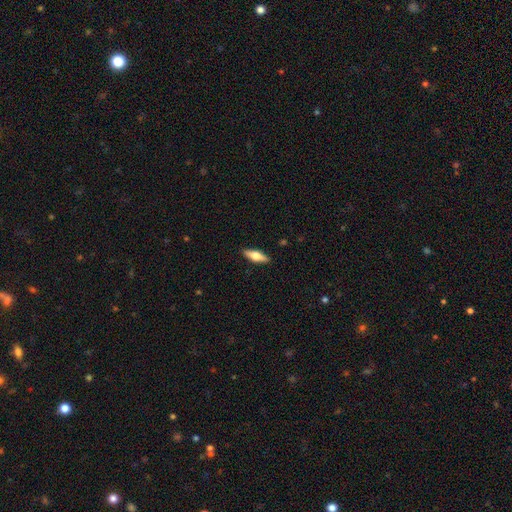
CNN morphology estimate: Smooth or featured?
  - smooth: 50% *
  - featured or disk: 45%
  - star or artifact: 6%
Merging?
  - none: 90% *
  - minor disturbance: 8%
  - major disturbance: 2%
  - merger: 1%